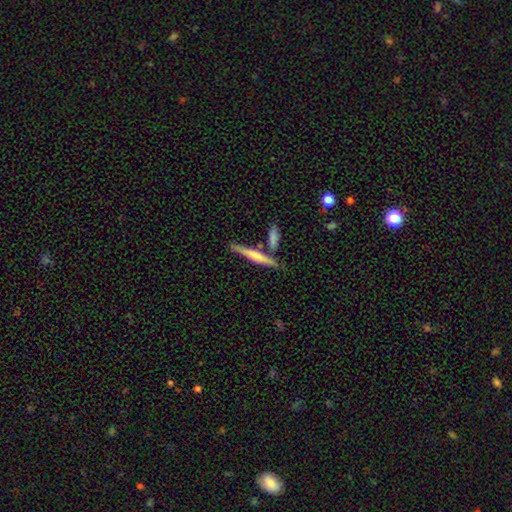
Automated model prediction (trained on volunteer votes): smooth_or_featured: smooth (p=0.50) [alt: featured or disk p=0.45]
merging: none (p=0.71) [alt: merger p=0.15]